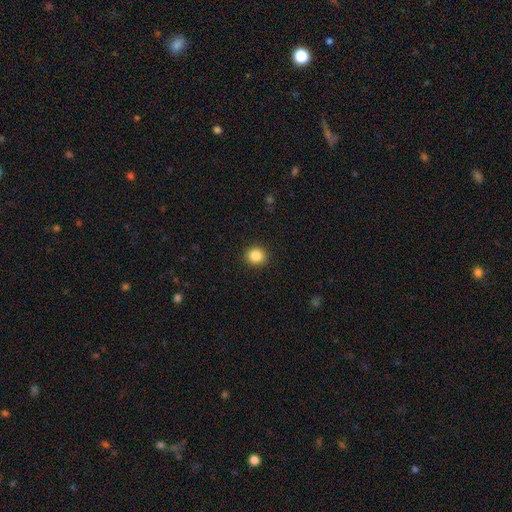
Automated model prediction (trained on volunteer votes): A smooth galaxy with no disk features (86%) that is round (88%). Merging: none (91%).